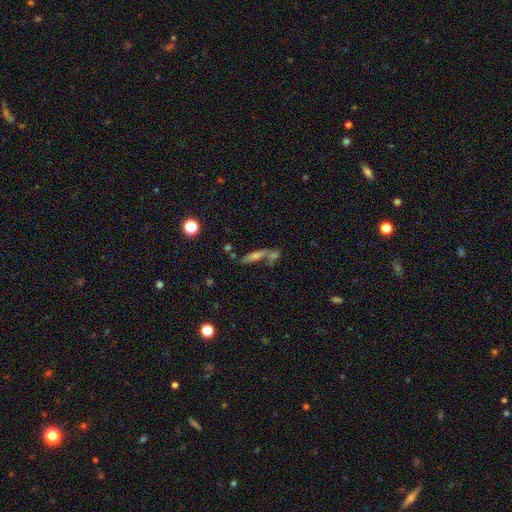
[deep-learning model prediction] Morphology: type=smooth (46%); merging=none (48%).